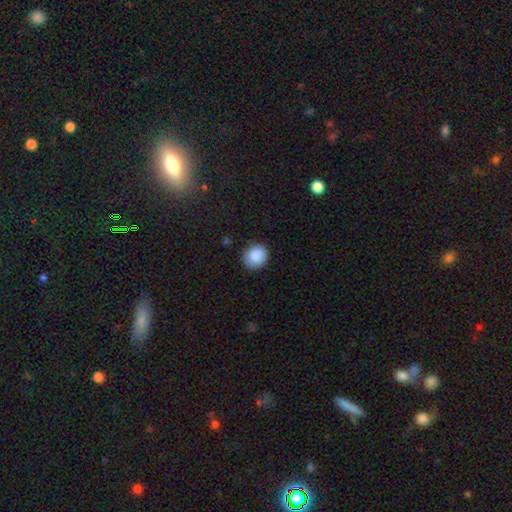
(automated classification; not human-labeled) smooth 88%, star or artifact 8%, featured or disk 4%. Down the decision tree: how rounded — round (77%); merging — none (85%).